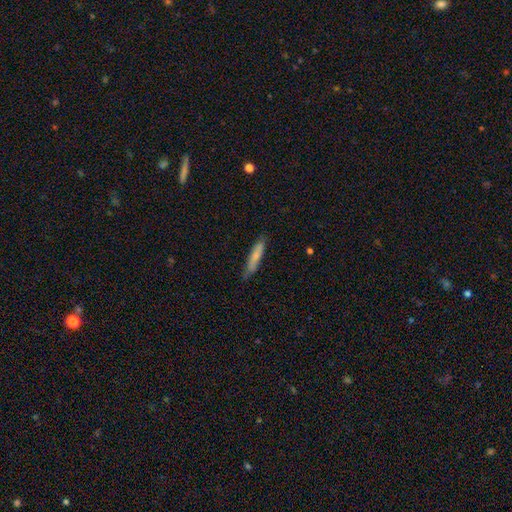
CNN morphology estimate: This is likely a smooth galaxy (72%). How rounded: clearly cigar-shaped (90%). Merging: likely none (77%).